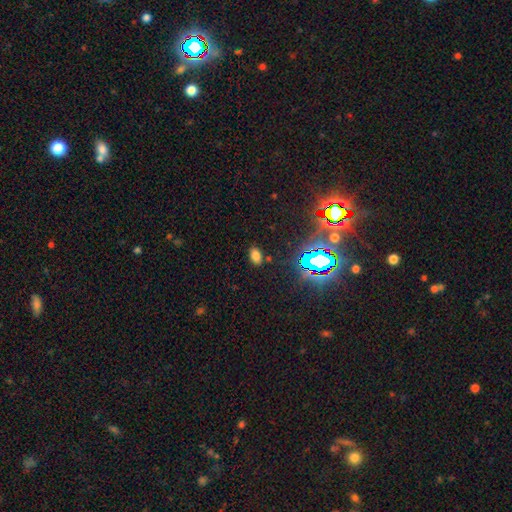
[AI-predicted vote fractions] This appears to be a smooth galaxy with no disk features (67%) that is in between round and cigar-shaped (90%). Merging: none (84%).